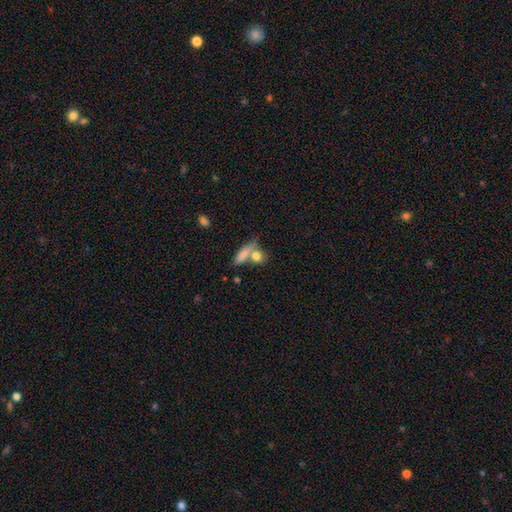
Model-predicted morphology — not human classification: Overall: smooth (79%). How rounded: in between (44%; round 42%). Merging: none (43%; merger 42%).